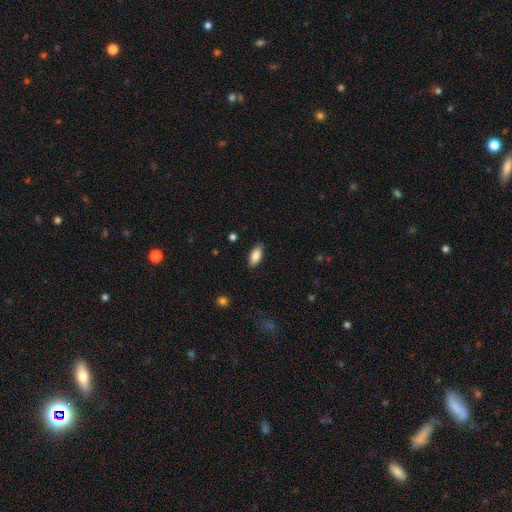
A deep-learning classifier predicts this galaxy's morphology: Smooth or featured? smooth (84%)
How rounded? in between (86%)
Merging? none (87%)